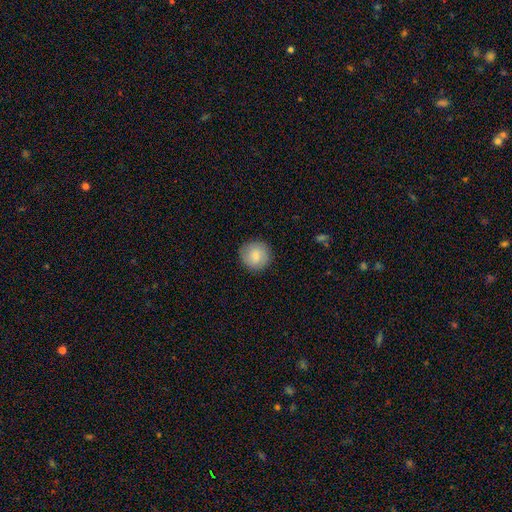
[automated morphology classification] This appears to be a smooth galaxy with no disk features (81%) that is round (94%). Merging: none (89%).